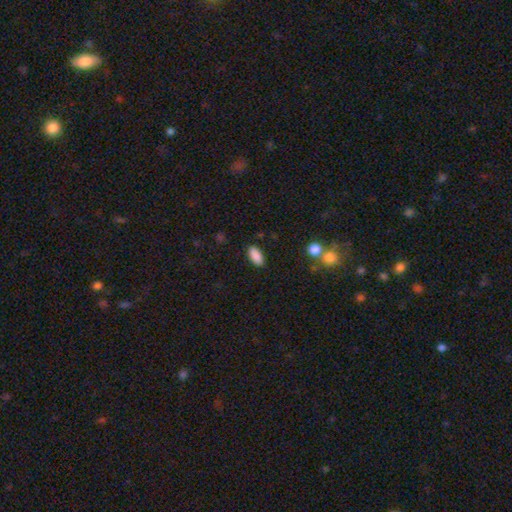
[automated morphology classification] A smooth galaxy with no disk features (88%) that is in between round and cigar-shaped (87%). Merging: none (88%).